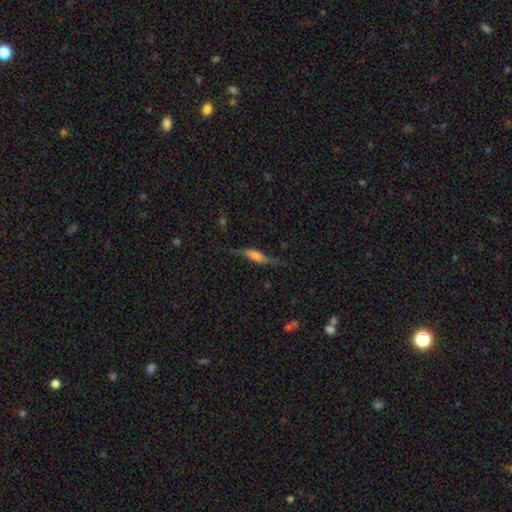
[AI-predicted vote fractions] smooth_or_featured: featured or disk (p=0.59) [alt: smooth p=0.33]
disk_edge_on: yes (p=0.75) [alt: no p=0.25]
merging: none (p=0.63) [alt: minor disturbance p=0.23]